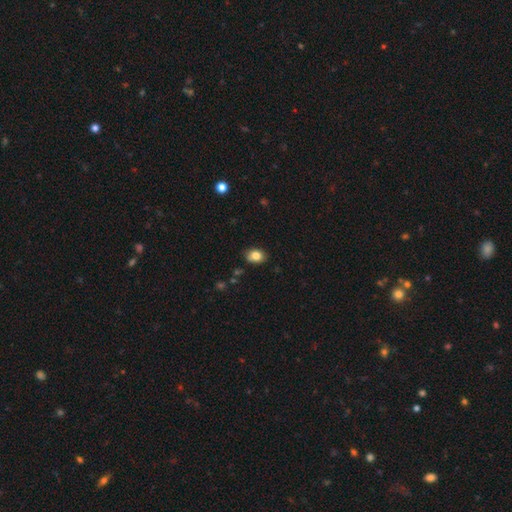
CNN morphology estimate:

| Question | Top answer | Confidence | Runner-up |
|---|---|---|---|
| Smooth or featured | smooth | 82% | star or artifact (9%) |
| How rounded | in between | 66% | round (33%) |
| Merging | none | 80% | minor disturbance (15%) |